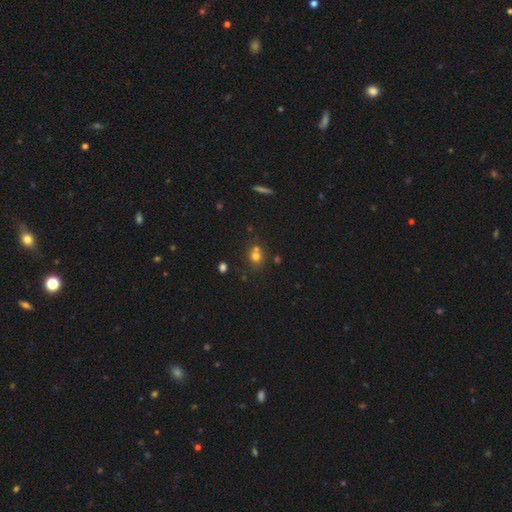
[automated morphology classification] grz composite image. It shows a smooth galaxy with no disk features (68%) that is round (72%). Merging: none (51%).